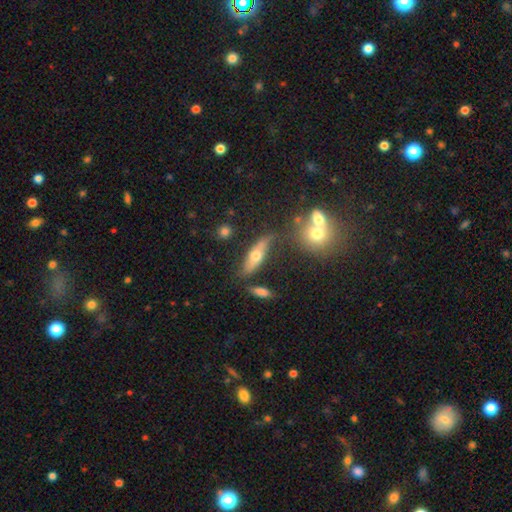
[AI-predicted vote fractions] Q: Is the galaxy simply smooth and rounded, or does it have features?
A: smooth — 48%.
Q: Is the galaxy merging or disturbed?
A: none — 63%.